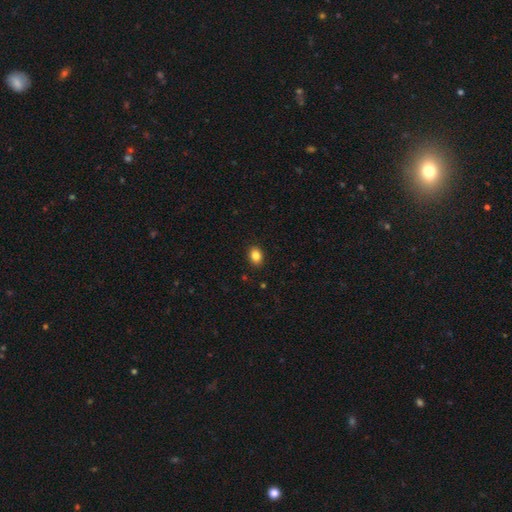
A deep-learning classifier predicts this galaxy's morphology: A smooth galaxy with no disk features (85%) that is in between round and cigar-shaped (67%).

Vote fractions:
- Smooth or featured? smooth: 85% / star or artifact: 9% / featured or disk: 6%
- How rounded? in between: 67% / round: 32% / cigar-shaped: 1%
- Merging? none: 90% / minor disturbance: 8% / major disturbance: 2% / merger: 1%